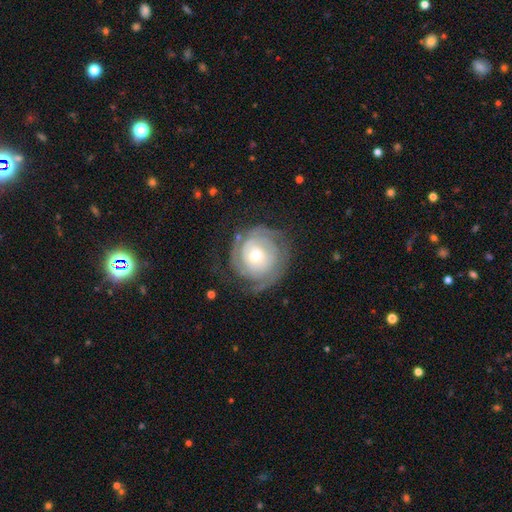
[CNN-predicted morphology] smooth_or_featured: featured or disk (p=0.80) [alt: smooth p=0.14]
disk_edge_on: no (p=0.97) [alt: yes p=0.03]
bar: no (p=0.63) [alt: weak p=0.29]
has_spiral_arms: yes (p=0.91) [alt: no p=0.09]
spiral_winding: tight (p=0.77) [alt: medium p=0.17]
spiral_arm_count: can't tell (p=0.38) [alt: 2 p=0.30]
bulge_size: moderate (p=0.61) [alt: small p=0.30]
merging: none (p=0.70) [alt: minor disturbance p=0.17]